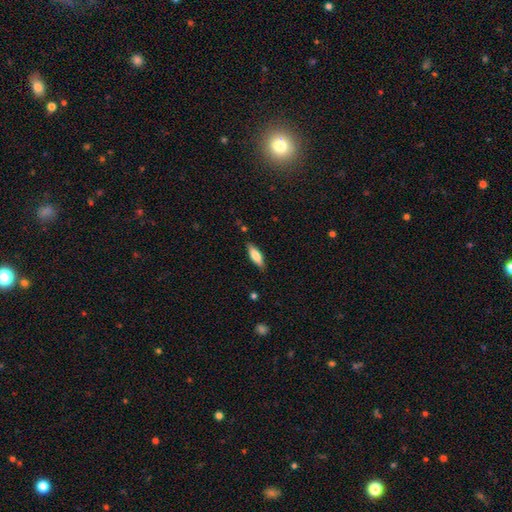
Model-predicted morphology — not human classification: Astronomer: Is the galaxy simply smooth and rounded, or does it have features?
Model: smooth — 71%.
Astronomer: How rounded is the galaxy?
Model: in between — 49%, tied with cigar-shaped at 49%.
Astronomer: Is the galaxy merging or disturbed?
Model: none — 84%.